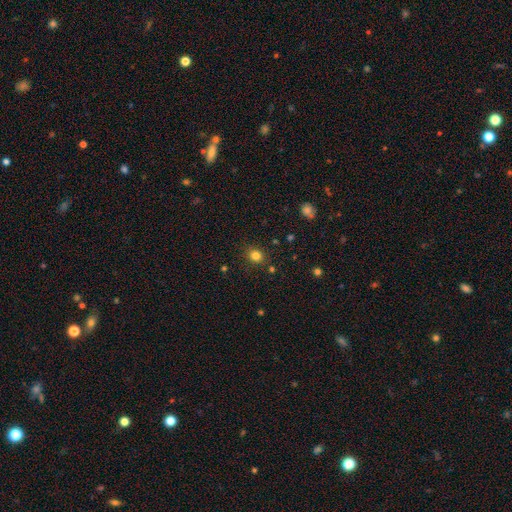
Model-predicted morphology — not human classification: Smooth or featured? smooth (81%)
How rounded? round (71%)
Merging? none (86%)